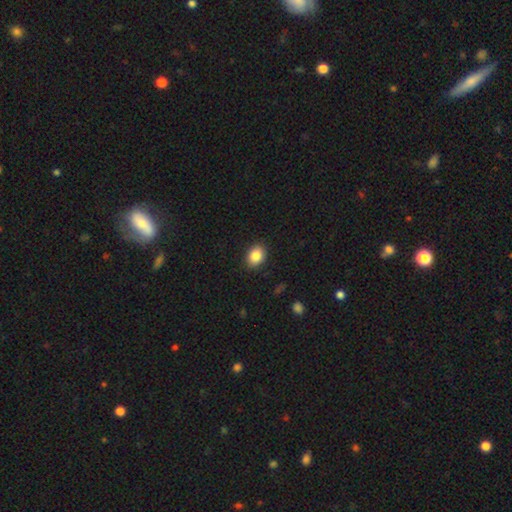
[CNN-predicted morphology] A smooth galaxy with no disk features (85%) that is in between round and cigar-shaped (67%). Merging: none (89%).